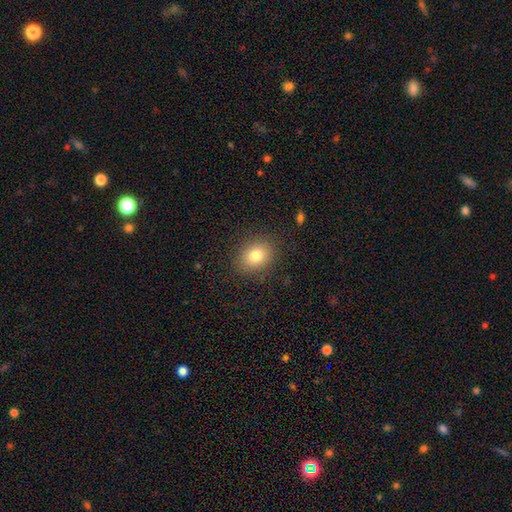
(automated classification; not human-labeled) Smooth or featured?
  - smooth: 80% *
  - star or artifact: 10%
  - featured or disk: 10%
How rounded?
  - round: 50% *
  - in between: 49%
  - cigar-shaped: 1%
Merging?
  - none: 86% *
  - minor disturbance: 9%
  - major disturbance: 3%
  - merger: 1%